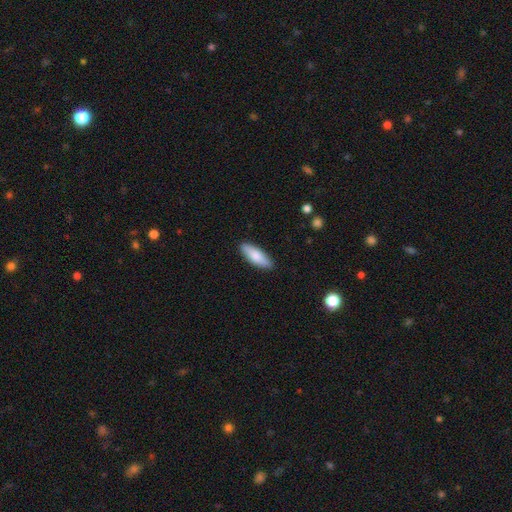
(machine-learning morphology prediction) smooth_or_featured: smooth (p=0.82) [alt: featured or disk p=0.13]
how_rounded: in between (p=0.60) [alt: cigar-shaped p=0.38]
merging: none (p=0.88) [alt: minor disturbance p=0.09]